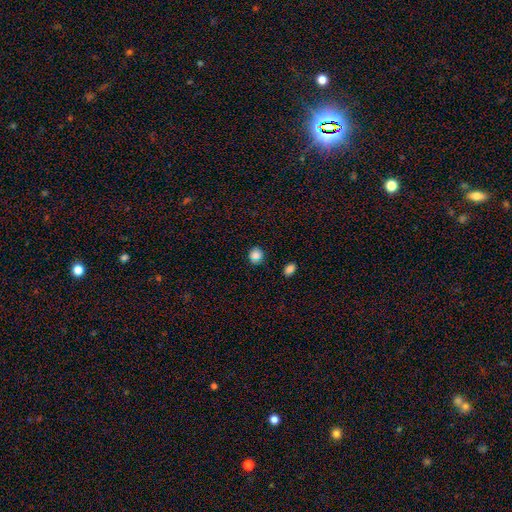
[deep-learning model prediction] Smooth or featured: smooth — 80% (star or artifact — 15%)
How rounded: round — 85% (in between — 14%)
Merging: none — 84% (minor disturbance — 11%)